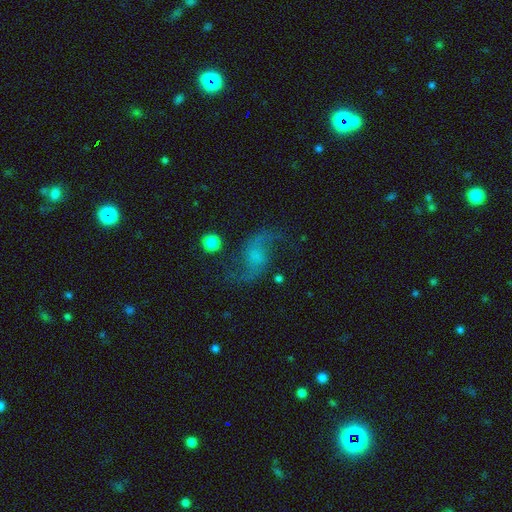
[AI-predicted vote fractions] Smooth or featured? featured or disk (80%)
Edge-on disk? no (97%)
Bar? no (58%)
Spiral arms? yes (95%)
Spiral winding? loose (80%)
Spiral arm count? 2 (93%)
Bulge size? none (38%)
Merging? none (73%)